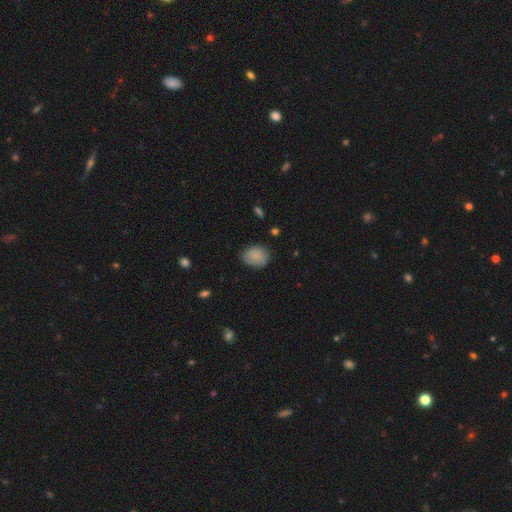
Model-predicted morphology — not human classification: This is clearly a smooth galaxy (85%). How rounded: possibly round (52%). Merging: likely none (79%).